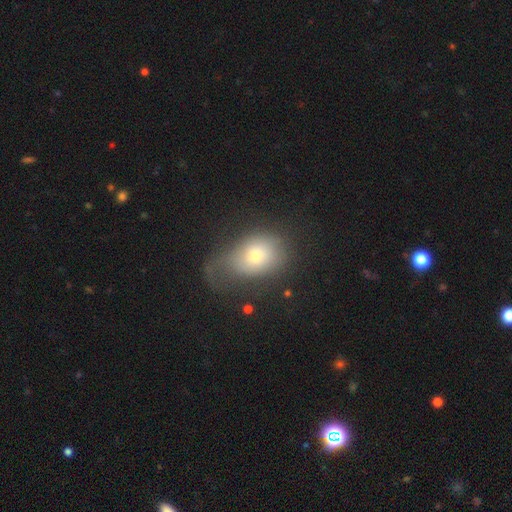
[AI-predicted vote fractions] A smooth galaxy with no disk features (66%) that is in between round and cigar-shaped (67%).

Vote fractions:
- Smooth or featured? smooth: 66% / featured or disk: 24% / star or artifact: 11%
- How rounded? in between: 67% / round: 31% / cigar-shaped: 1%
- Merging? major disturbance: 34% / none: 32% / minor disturbance: 31% / merger: 3%